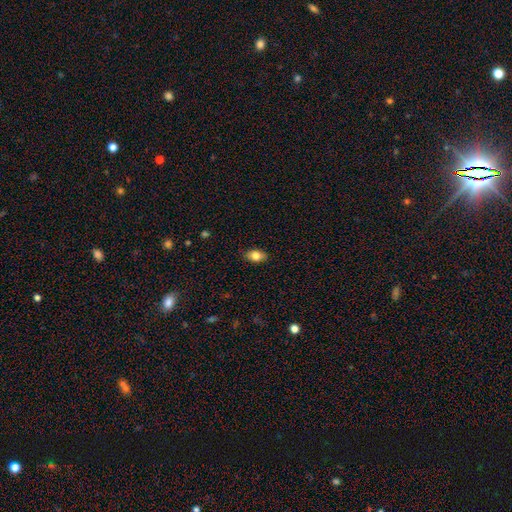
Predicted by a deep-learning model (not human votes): A smooth galaxy with no disk features (80%) that is in between round and cigar-shaped (86%). Merging: none (86%).